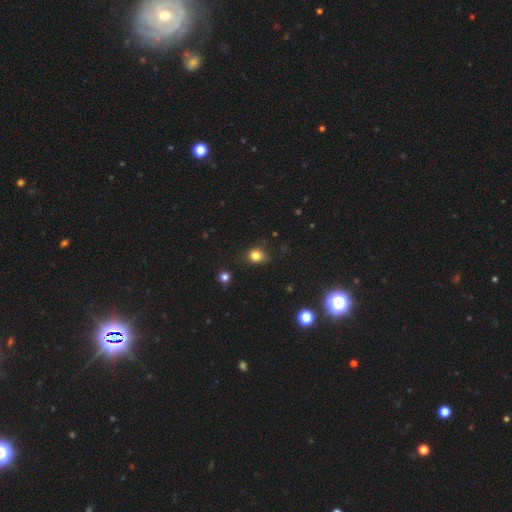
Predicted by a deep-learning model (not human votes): A smooth galaxy with no disk features (82%) that is round (59%).

Vote fractions:
- Smooth or featured? smooth: 82% / star or artifact: 13% / featured or disk: 6%
- How rounded? round: 59% / in between: 39% / cigar-shaped: 1%
- Merging? none: 78% / minor disturbance: 17% / major disturbance: 4% / merger: 2%